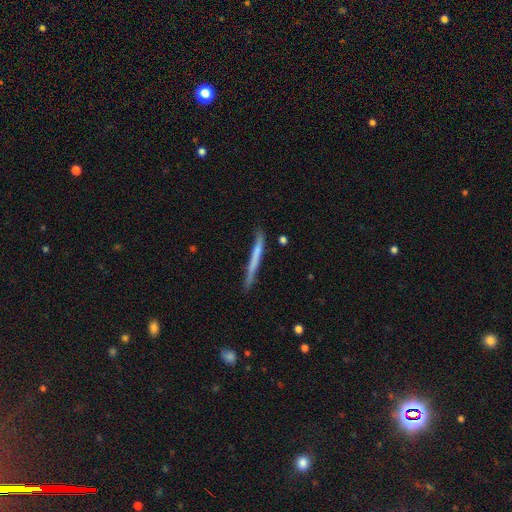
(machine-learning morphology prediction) type=smooth (58%); roundness=cigar-shaped (97%); merging=none (79%).